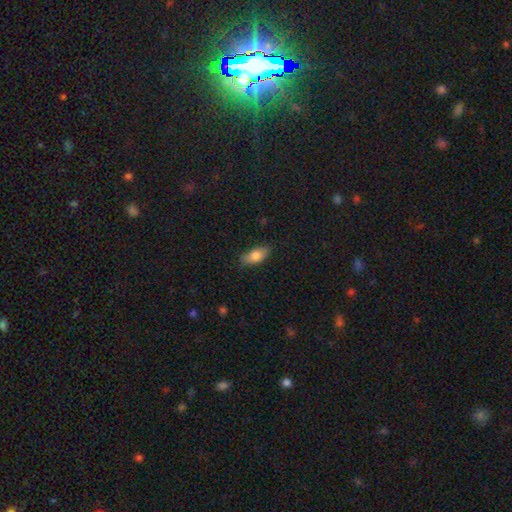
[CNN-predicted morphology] Smooth or featured? smooth (80%)
How rounded? in between (86%)
Merging? none (79%)